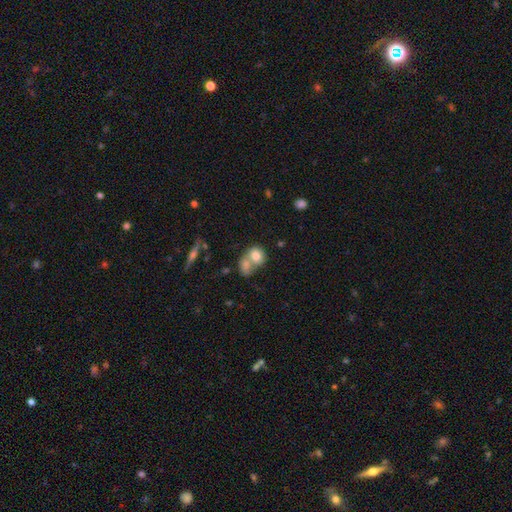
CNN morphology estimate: smooth-or-featured: smooth: 76% | featured or disk: 15% | star or artifact: 9%
  how-rounded: round: 58% | in between: 40% | cigar-shaped: 2%
  merging: merger: 59% | none: 28% | minor disturbance: 8% | major disturbance: 4%